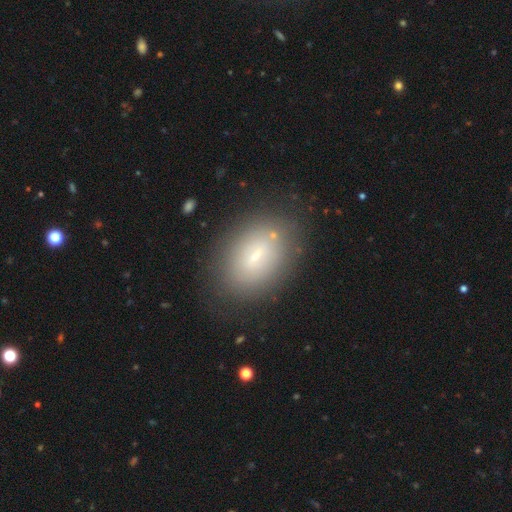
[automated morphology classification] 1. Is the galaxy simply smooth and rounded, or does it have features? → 52% smooth, 37% featured or disk, 12% star or artifact.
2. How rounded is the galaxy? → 83% in between, 14% round, 3% cigar-shaped.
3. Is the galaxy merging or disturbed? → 81% none, 12% minor disturbance, 4% major disturbance, 3% merger.